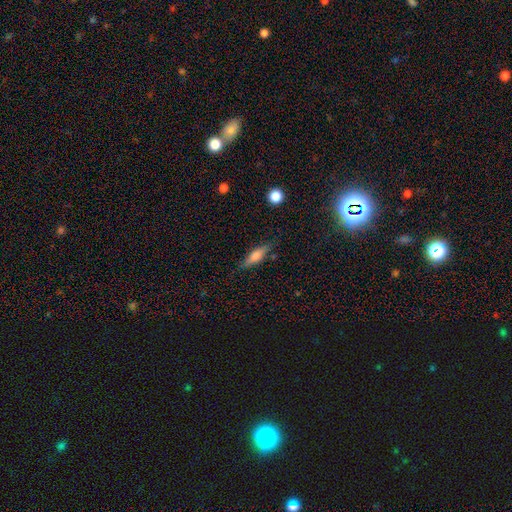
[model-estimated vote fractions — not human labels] smooth-or-featured: smooth: 56% | featured or disk: 36% | star or artifact: 8%
  how-rounded: cigar-shaped: 61% | in between: 36% | round: 3%
  merging: none: 81% | minor disturbance: 14% | major disturbance: 3% | merger: 2%